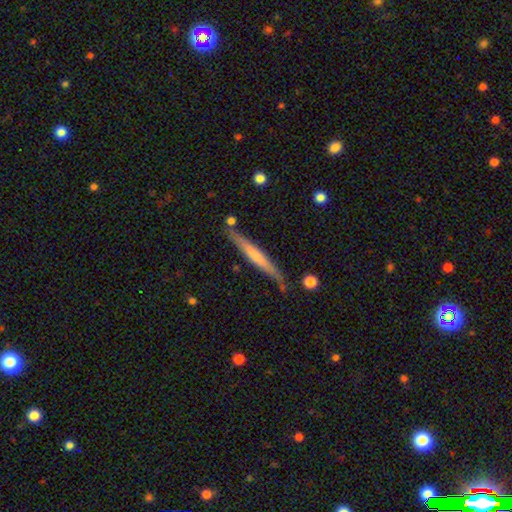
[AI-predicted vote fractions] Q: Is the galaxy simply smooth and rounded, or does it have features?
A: smooth — 49%.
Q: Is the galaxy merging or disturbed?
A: none — 80%.